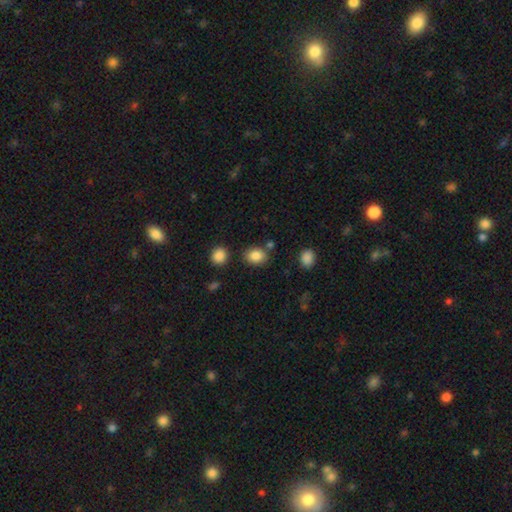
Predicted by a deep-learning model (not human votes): Q: Smooth or featured?
A: smooth (85%); runner-up: star or artifact (9%)
Q: How rounded?
A: in between (51%); runner-up: round (48%)
Q: Merging?
A: none (77%); runner-up: minor disturbance (11%)